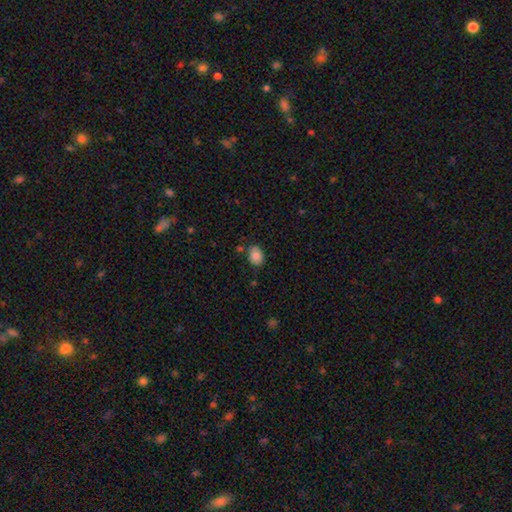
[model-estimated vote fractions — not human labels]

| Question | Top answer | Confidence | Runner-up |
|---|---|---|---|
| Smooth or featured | smooth | 83% | featured or disk (8%) |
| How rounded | in between | 65% | round (34%) |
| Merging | none | 78% | minor disturbance (15%) |